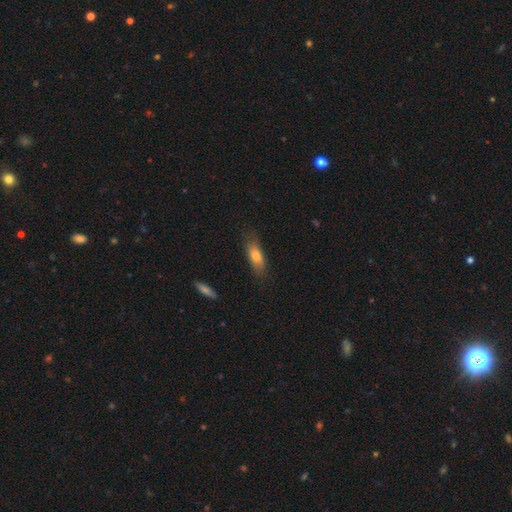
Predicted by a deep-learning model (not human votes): Smooth or featured? Predicted: smooth (p=0.71). How rounded? Predicted: in between (p=0.56). Merging? Predicted: none (p=0.76).